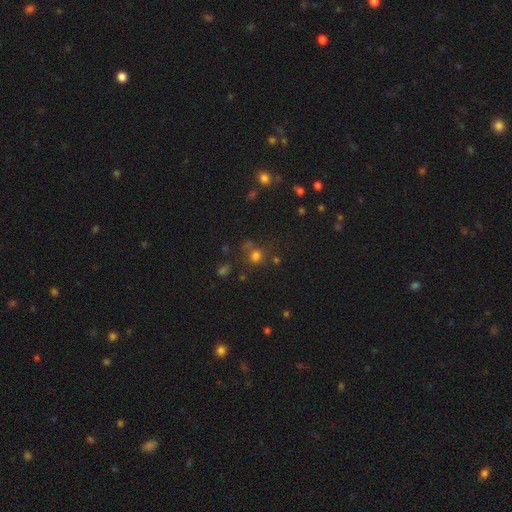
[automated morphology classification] Smooth or featured? smooth (69%)
How rounded? round (81%)
Merging? none (61%)